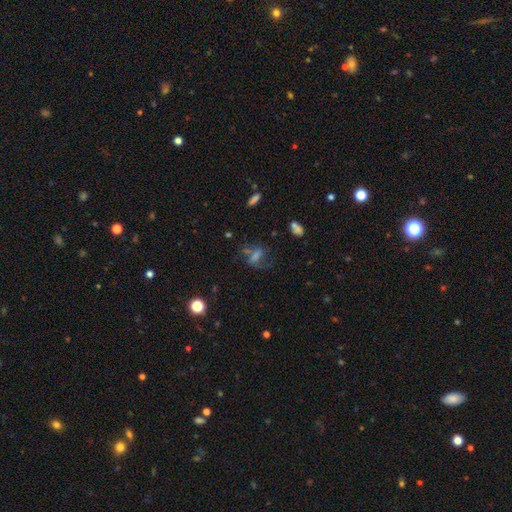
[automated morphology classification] Overall: featured or disk (41%; smooth 34%). Merging: none (55%; major disturbance 20%).